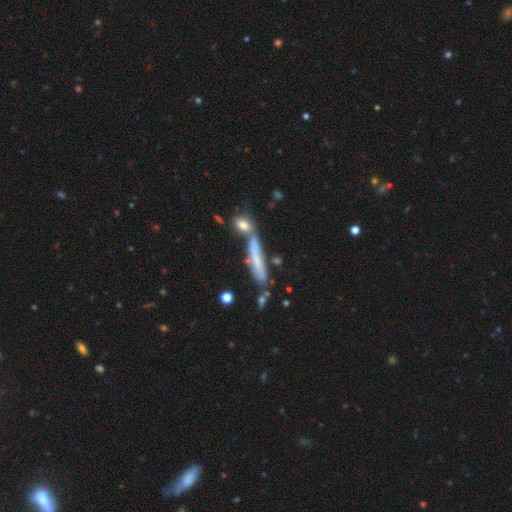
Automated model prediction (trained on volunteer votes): smooth-or-featured: featured or disk: 45% | smooth: 43% | star or artifact: 12%
  merging: none: 49% | merger: 26% | minor disturbance: 16% | major disturbance: 9%